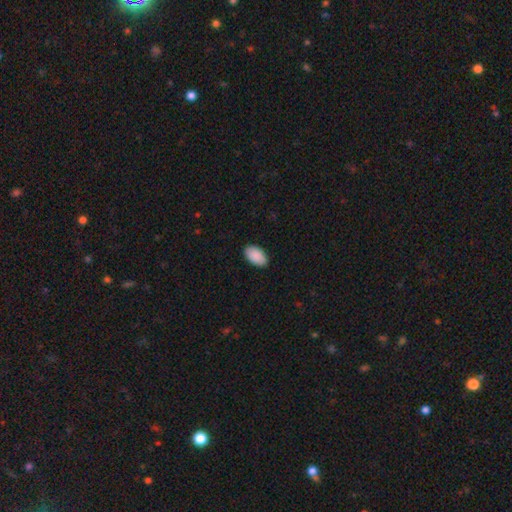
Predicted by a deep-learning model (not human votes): Smooth or featured? Predicted: smooth (p=0.91). How rounded? Predicted: in between (p=0.95). Merging? Predicted: none (p=0.88).